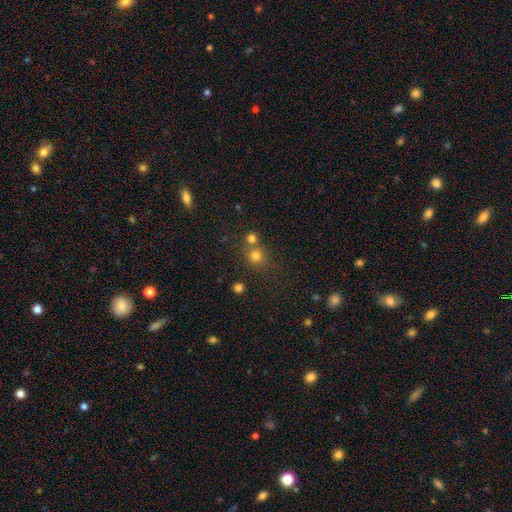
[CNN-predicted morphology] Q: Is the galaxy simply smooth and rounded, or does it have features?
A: smooth — 75%.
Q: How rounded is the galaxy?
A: round — 89%.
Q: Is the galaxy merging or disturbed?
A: none — 62%.